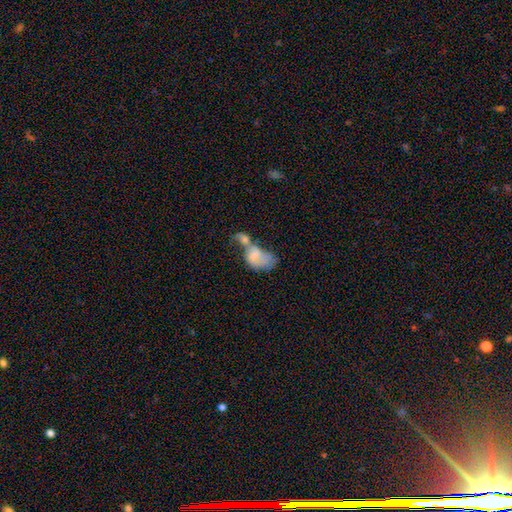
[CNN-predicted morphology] This is likely a smooth galaxy (61%). How rounded: clearly in between (87%). Merging: likely merger (69%).